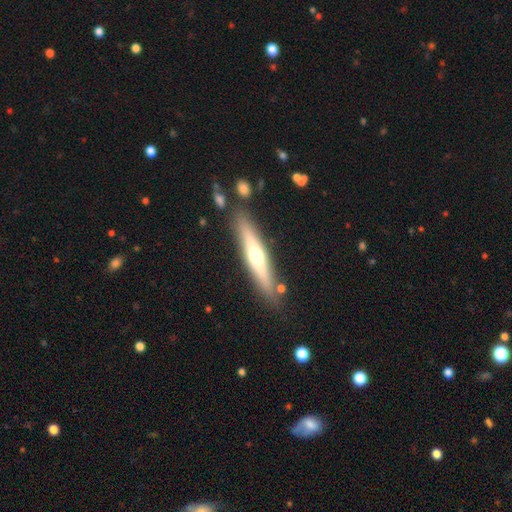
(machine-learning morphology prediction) type=featured or disk (54%); edge-on=yes (89%); merging=none (82%).